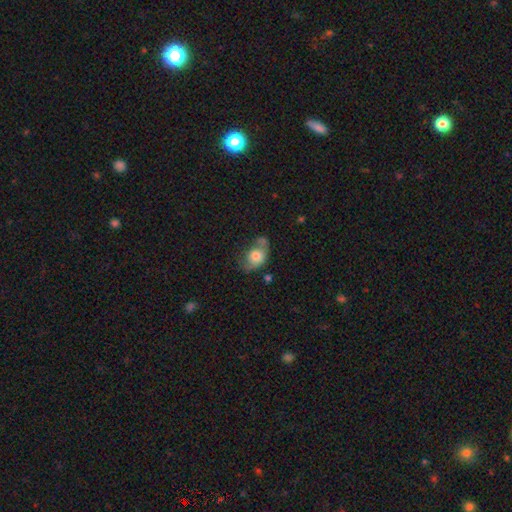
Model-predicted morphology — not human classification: Smooth or featured?
  - smooth: 69% *
  - featured or disk: 23%
  - star or artifact: 8%
How rounded?
  - in between: 70% *
  - round: 28%
  - cigar-shaped: 2%
Merging?
  - none: 35% *
  - minor disturbance: 28%
  - merger: 20%
  - major disturbance: 17%